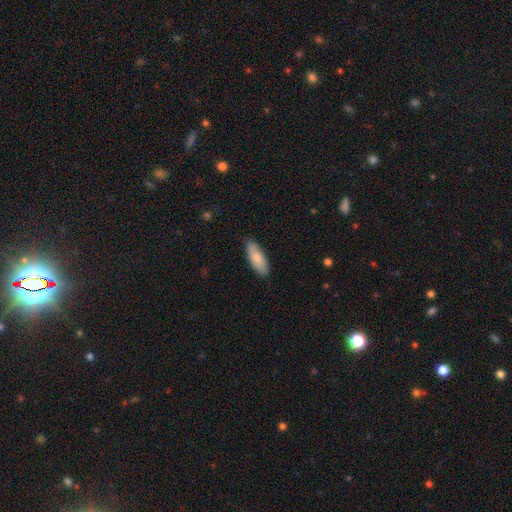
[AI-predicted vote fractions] Smooth or featured?
  - smooth: 84% *
  - featured or disk: 10%
  - star or artifact: 6%
How rounded?
  - in between: 66% *
  - cigar-shaped: 32%
  - round: 2%
Merging?
  - none: 87% *
  - minor disturbance: 10%
  - major disturbance: 2%
  - merger: 1%